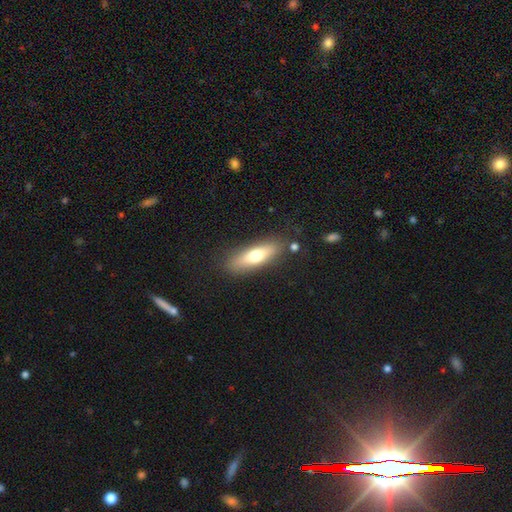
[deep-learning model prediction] The model was most divided on "how rounded": cigar-shaped: 55%, in between: 42%, round: 3%. More confident: merging — none (82%); smooth or featured — smooth (63%).